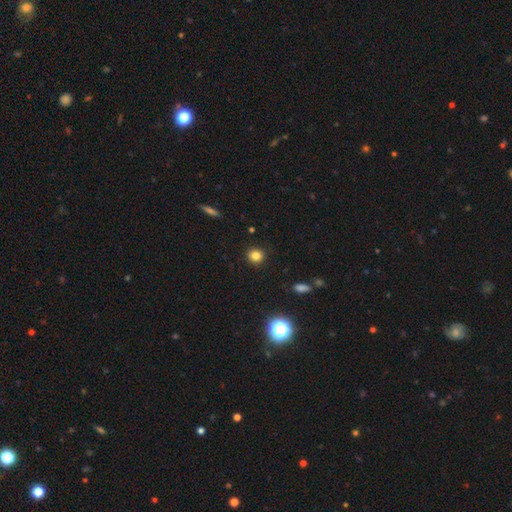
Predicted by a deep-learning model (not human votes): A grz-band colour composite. It shows a smooth galaxy with no disk features (82%) that is round (88%). Merging: none (91%).